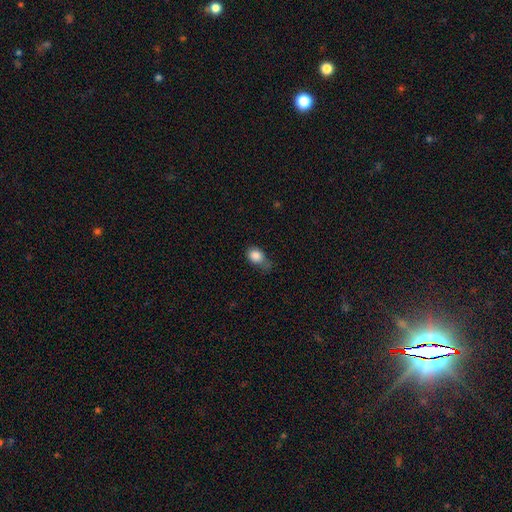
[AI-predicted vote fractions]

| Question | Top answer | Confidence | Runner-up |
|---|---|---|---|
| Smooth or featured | smooth | 85% | star or artifact (9%) |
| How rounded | in between | 56% | round (43%) |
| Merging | minor disturbance | 40% | none (37%) |